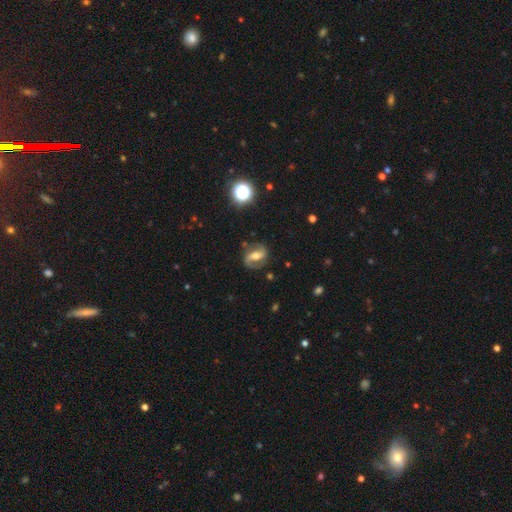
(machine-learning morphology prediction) Overall: featured or disk (82%). Edge-on disk: no (96%). Bar: strong (44%; weak 36%). Spiral arms: yes (93%). Spiral arm count: 2 (89%). Spiral winding: medium (49%; loose 30%). Bulge size: moderate (66%). Merging: none (80%).